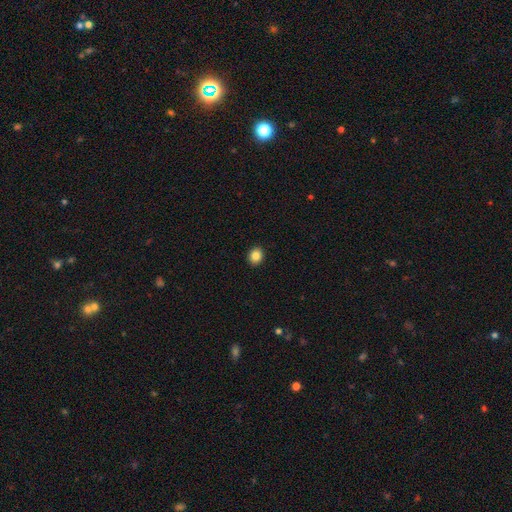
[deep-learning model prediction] smooth 86%, star or artifact 10%, featured or disk 5%. Down the decision tree: how rounded — round (70%); merging — none (92%).